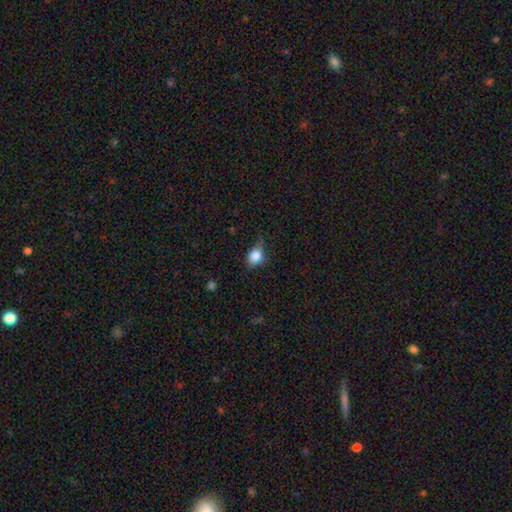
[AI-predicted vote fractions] The model was most divided on "how rounded": in between: 53%, round: 45%, cigar-shaped: 2%. More confident: smooth or featured — smooth (77%); merging — none (51%).